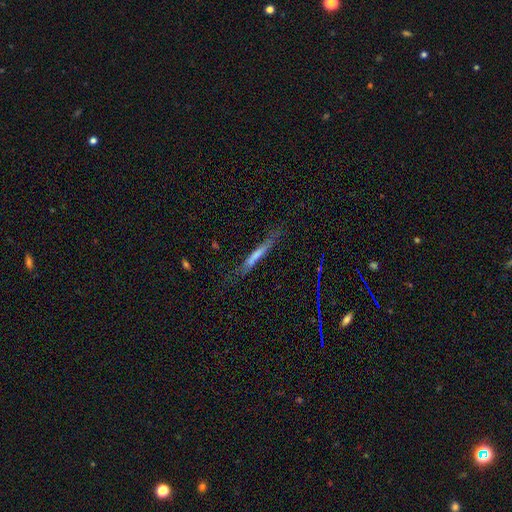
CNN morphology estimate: Overall: smooth (56%; featured or disk 35%). How rounded: cigar-shaped (94%). Merging: none (69%).